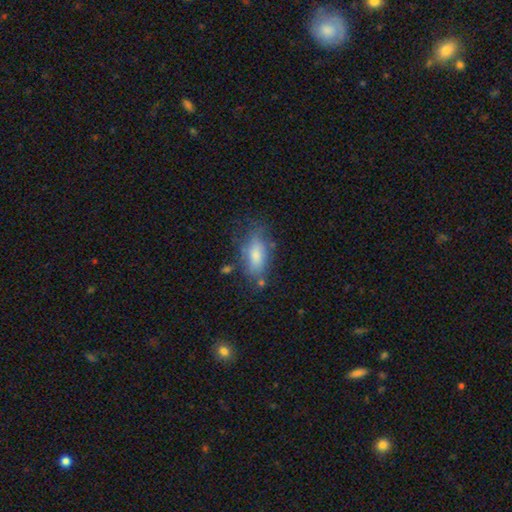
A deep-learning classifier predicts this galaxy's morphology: A smooth galaxy with no disk features (74%) that is in between round and cigar-shaped (84%). Merging: none (62%).